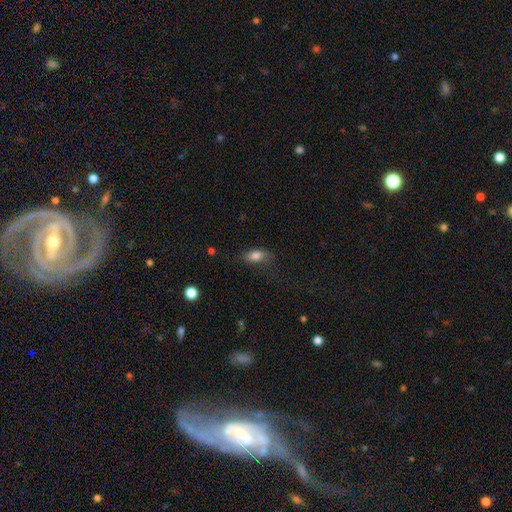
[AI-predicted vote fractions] Smooth or featured? smooth (81%)
How rounded? in between (85%)
Merging? none (63%)